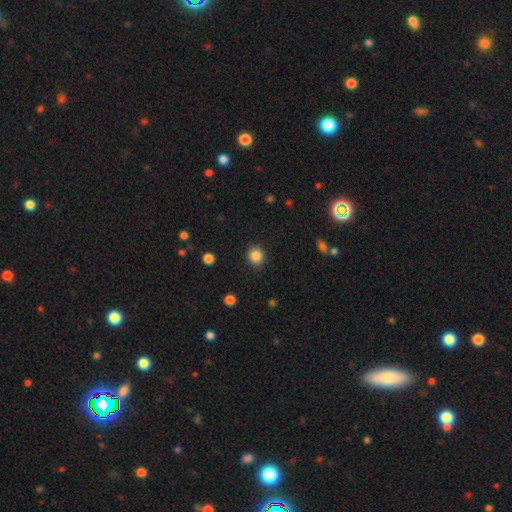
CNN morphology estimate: This appears to be a smooth galaxy with no disk features (85%) that is round (87%). Merging: none (90%).